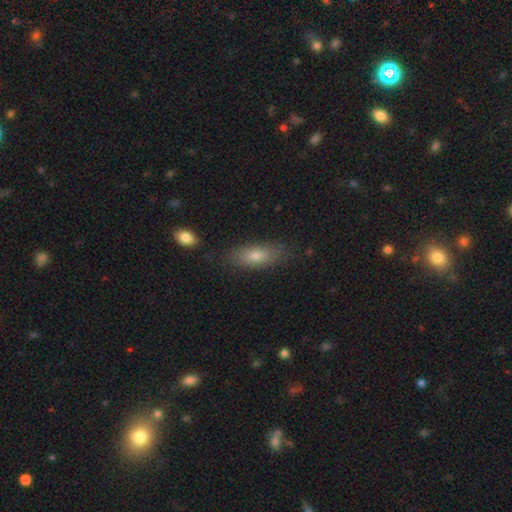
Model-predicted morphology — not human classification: A smooth galaxy with no disk features (76%) that is in between round and cigar-shaped (72%). Merging: none (80%).